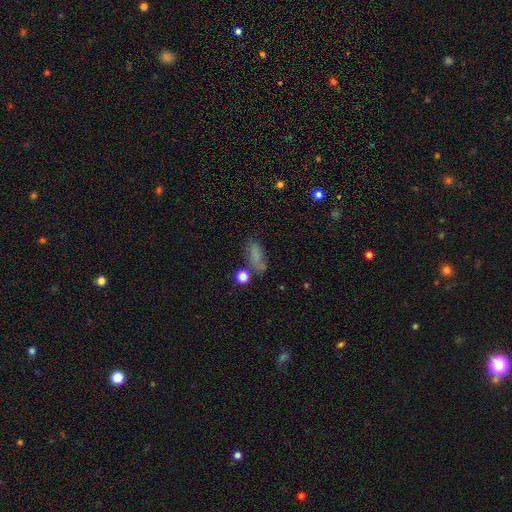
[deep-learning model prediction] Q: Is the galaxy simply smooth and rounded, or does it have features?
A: smooth — 69%.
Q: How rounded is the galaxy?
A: in between — 76%.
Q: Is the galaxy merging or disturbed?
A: none — 55%.